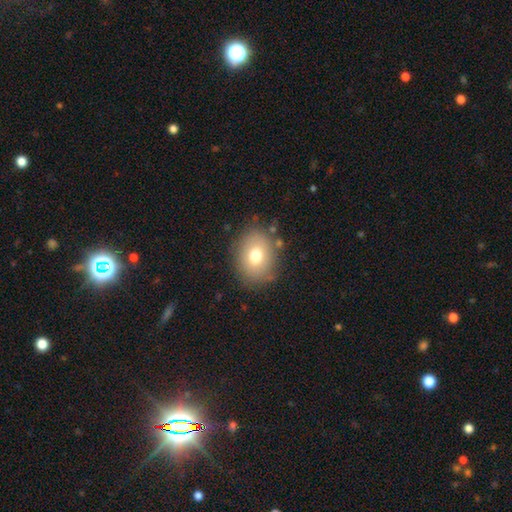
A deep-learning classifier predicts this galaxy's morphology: The model was most divided on "how rounded": in between: 51%, round: 48%, cigar-shaped: 1%. More confident: merging — none (81%); smooth or featured — smooth (73%).